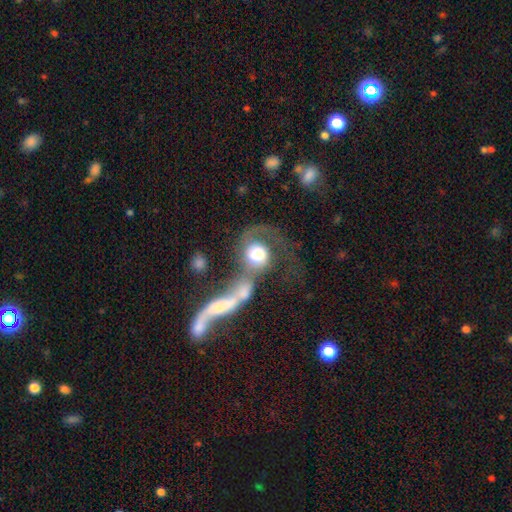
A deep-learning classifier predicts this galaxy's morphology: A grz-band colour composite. It shows a featured or disk galaxy (52%). Merging: merger (64%).